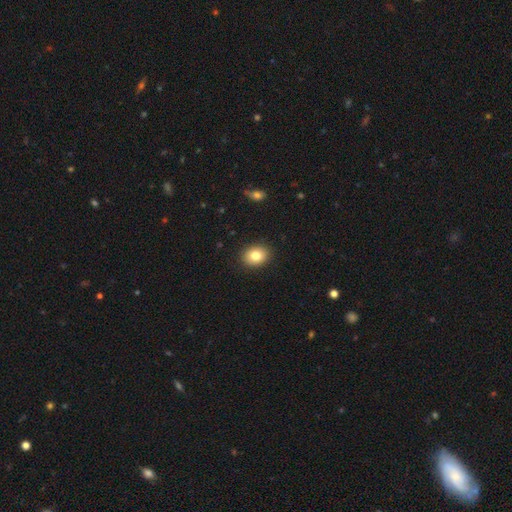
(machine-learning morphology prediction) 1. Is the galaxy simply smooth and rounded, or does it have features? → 82% smooth, 9% featured or disk, 9% star or artifact.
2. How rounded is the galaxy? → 53% in between, 46% round, 1% cigar-shaped.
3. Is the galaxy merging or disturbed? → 90% none, 7% minor disturbance, 2% major disturbance, 1% merger.